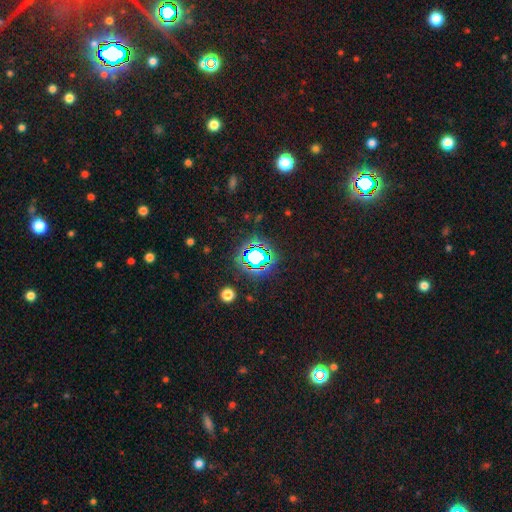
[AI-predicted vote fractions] Smooth or featured?
  - star or artifact: 81% *
  - smooth: 12%
  - featured or disk: 7%